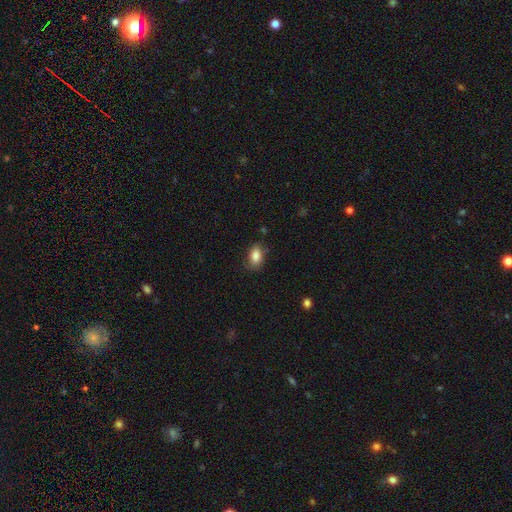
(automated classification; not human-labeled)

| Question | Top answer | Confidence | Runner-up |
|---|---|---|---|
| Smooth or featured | smooth | 85% | star or artifact (8%) |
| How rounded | in between | 87% | round (11%) |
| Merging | none | 74% | minor disturbance (19%) |